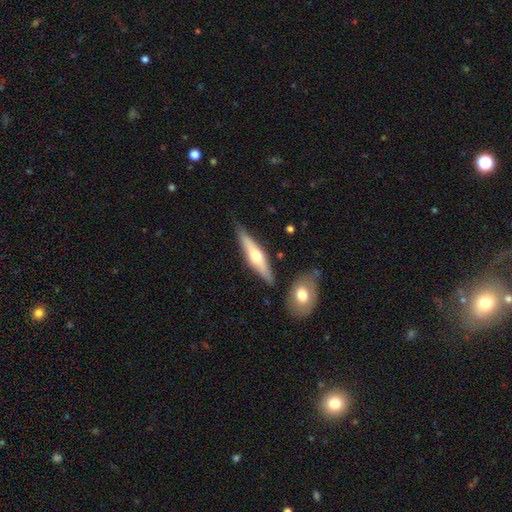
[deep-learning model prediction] This appears to be a featured or disk galaxy (57%) viewed edge-on (93%) with a rounded central bulge (92%). Merging: none (82%).